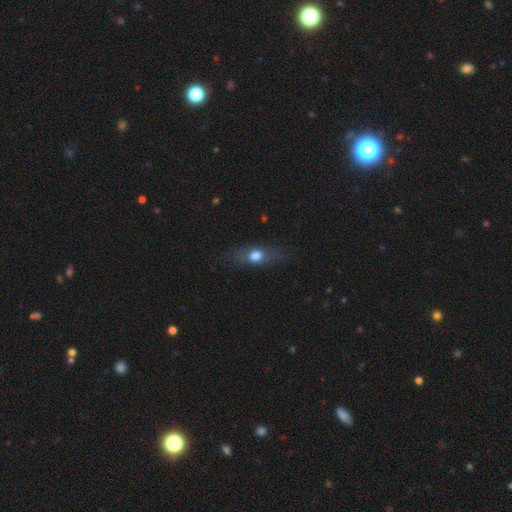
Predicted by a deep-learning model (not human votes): Q: Smooth or featured?
A: smooth (62%); runner-up: featured or disk (29%)
Q: How rounded?
A: in between (61%); runner-up: cigar-shaped (23%)
Q: Merging?
A: none (76%); runner-up: minor disturbance (15%)